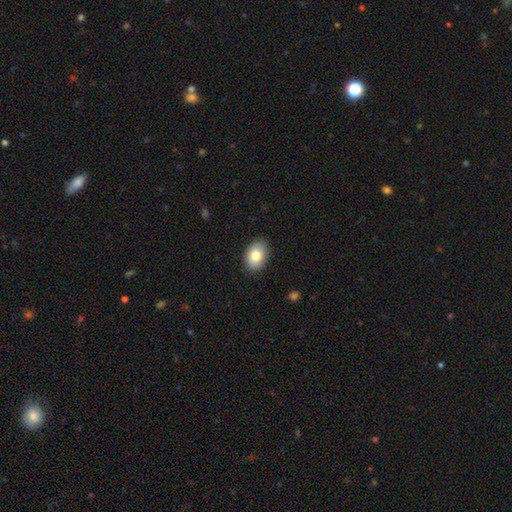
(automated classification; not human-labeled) smooth_or_featured: smooth (p=0.82) [alt: featured or disk p=0.11]
how_rounded: in between (p=0.85) [alt: round p=0.14]
merging: none (p=0.87) [alt: minor disturbance p=0.10]